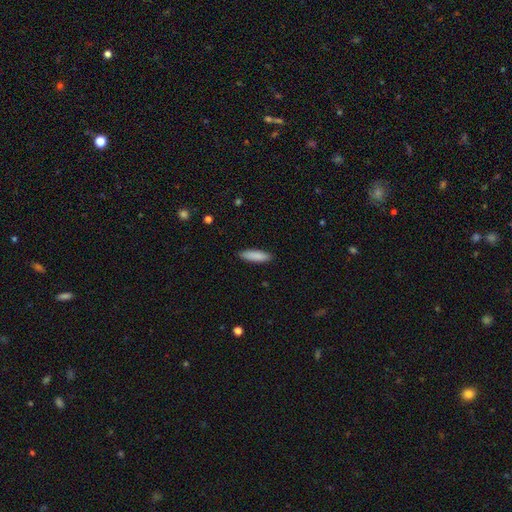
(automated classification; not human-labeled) Smooth or featured? smooth (88%)
How rounded? cigar-shaped (59%)
Merging? none (89%)